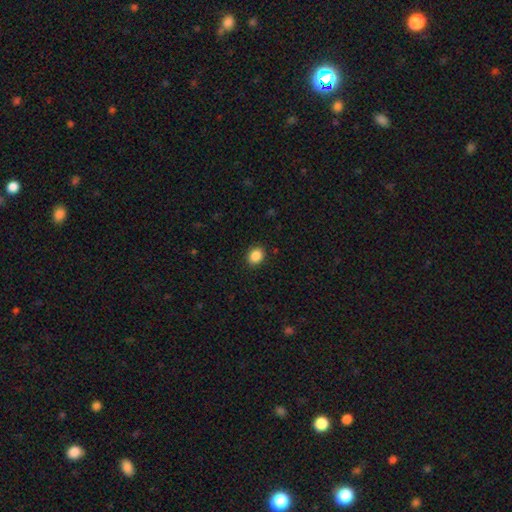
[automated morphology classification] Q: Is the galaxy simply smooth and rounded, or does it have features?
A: smooth — 88%.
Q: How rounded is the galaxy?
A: round — 51%.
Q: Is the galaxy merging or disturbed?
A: none — 90%.